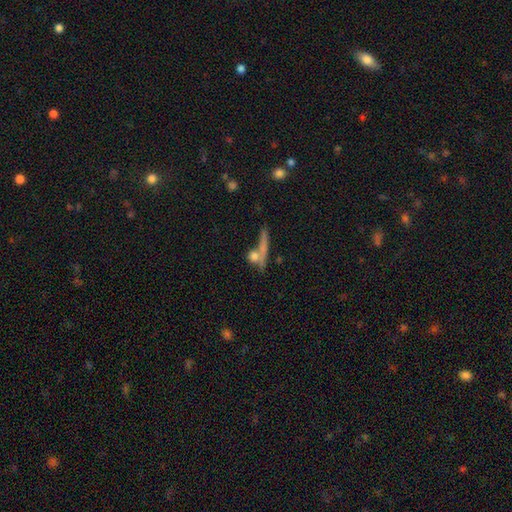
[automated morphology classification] This is possibly a smooth galaxy (59%). How rounded: marginally cigar-shaped (41%). Merging: possibly none (53%).